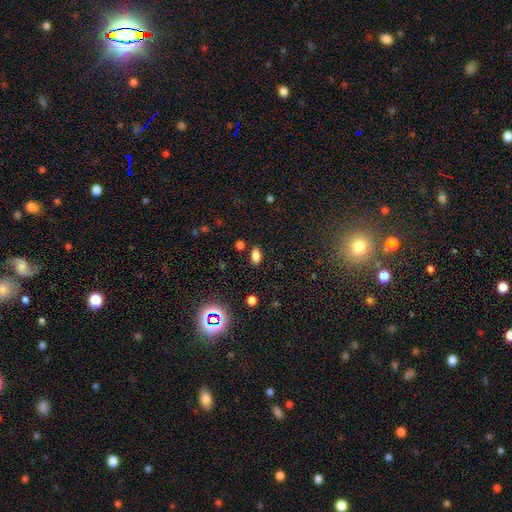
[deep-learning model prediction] This is likely a smooth galaxy (79%). How rounded: clearly in between (89%). Merging: clearly none (85%).